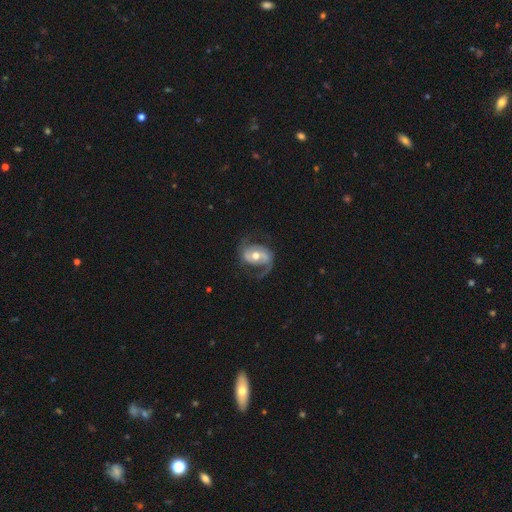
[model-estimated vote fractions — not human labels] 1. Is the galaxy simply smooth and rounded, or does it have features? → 86% featured or disk, 9% smooth, 5% star or artifact.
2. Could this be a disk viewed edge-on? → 97% no, 3% yes.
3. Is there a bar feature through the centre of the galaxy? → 39% weak, 36% no, 25% strong.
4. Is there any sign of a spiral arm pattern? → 95% yes, 5% no.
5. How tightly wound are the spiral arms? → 47% medium, 37% loose, 16% tight.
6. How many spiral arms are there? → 85% 2, 8% 1, 3% can't tell, 1% 3, 1% 4, 1% more than 4.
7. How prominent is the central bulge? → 75% moderate, 15% small, 8% large, 1% dominant, 1% none.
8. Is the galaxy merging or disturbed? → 67% none, 17% minor disturbance, 15% major disturbance, 1% merger.